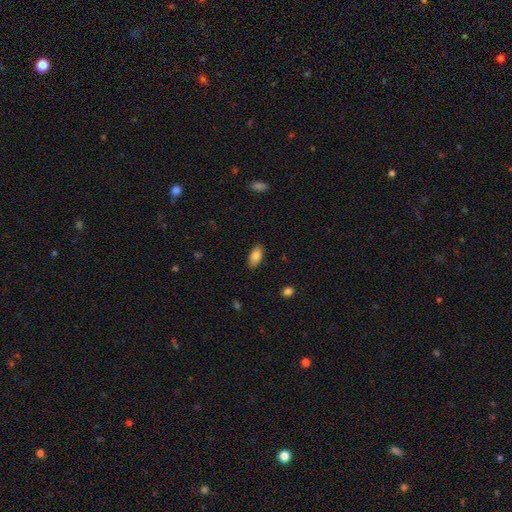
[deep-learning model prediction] Smooth or featured: smooth — 85% (featured or disk — 8%)
How rounded: in between — 91% (cigar-shaped — 6%)
Merging: none — 86% (minor disturbance — 10%)